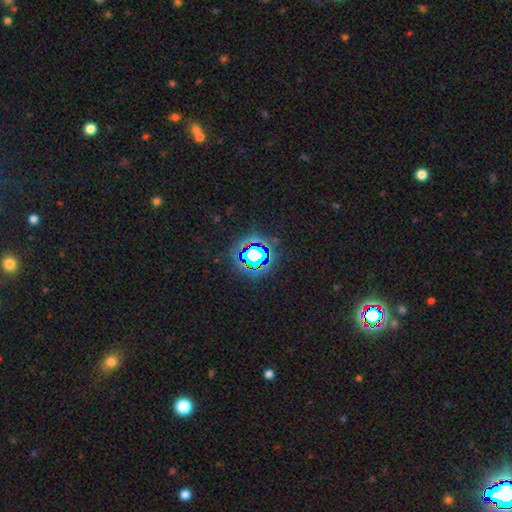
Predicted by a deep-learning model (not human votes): Smooth or featured? star or artifact (68%)